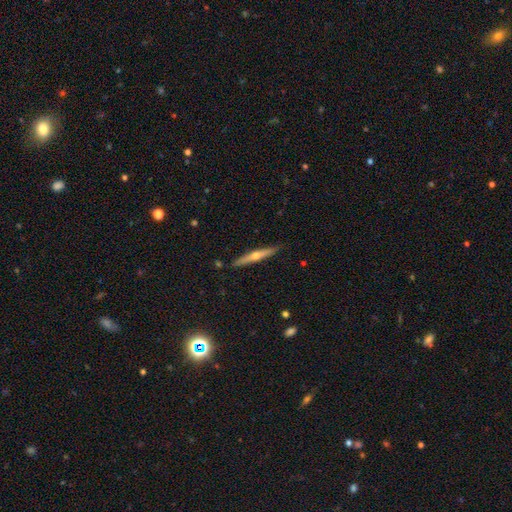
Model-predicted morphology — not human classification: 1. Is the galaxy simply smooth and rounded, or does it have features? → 63% featured or disk, 31% smooth, 6% star or artifact.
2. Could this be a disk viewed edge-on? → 96% yes, 4% no.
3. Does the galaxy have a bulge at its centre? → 88% rounded, 9% none, 2% boxy.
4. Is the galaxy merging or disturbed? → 89% none, 8% minor disturbance, 1% major disturbance, 1% merger.